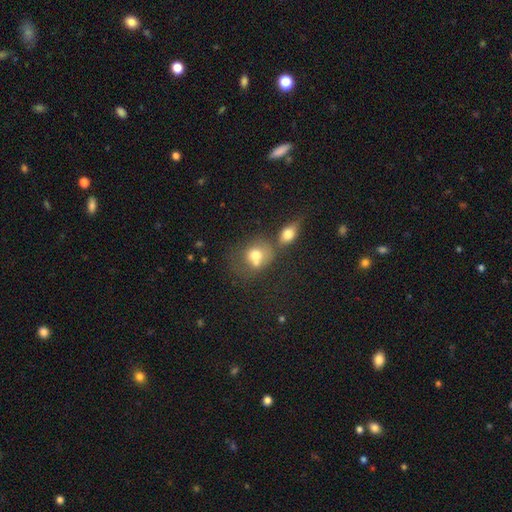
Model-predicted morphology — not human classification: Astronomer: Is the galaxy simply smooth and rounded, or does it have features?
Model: smooth — 71%.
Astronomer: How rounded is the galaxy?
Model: round — 63%.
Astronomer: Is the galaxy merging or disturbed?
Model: merger — 48% (runner-up: none, 29%).